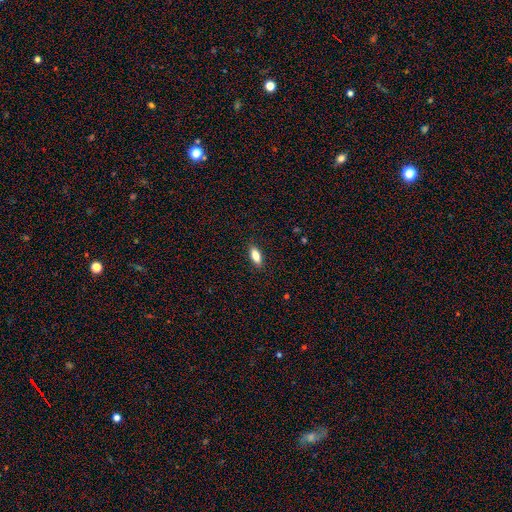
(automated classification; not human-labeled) This is clearly a smooth galaxy (84%). How rounded: likely in between (76%). Merging: clearly none (88%).